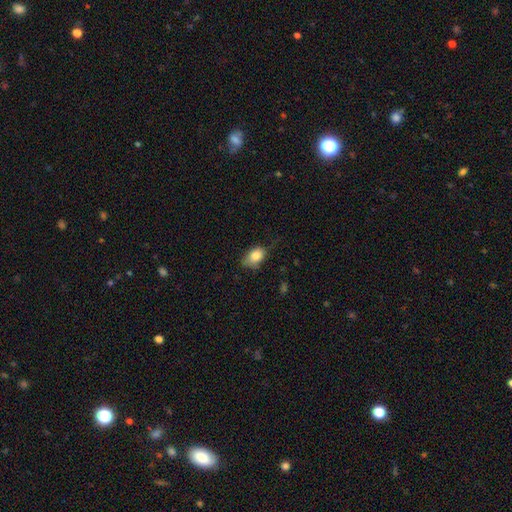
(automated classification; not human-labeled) smooth_or_featured: smooth (p=0.83) [alt: featured or disk p=0.09]
how_rounded: in between (p=0.82) [alt: round p=0.16]
merging: none (p=0.55) [alt: minor disturbance p=0.34]